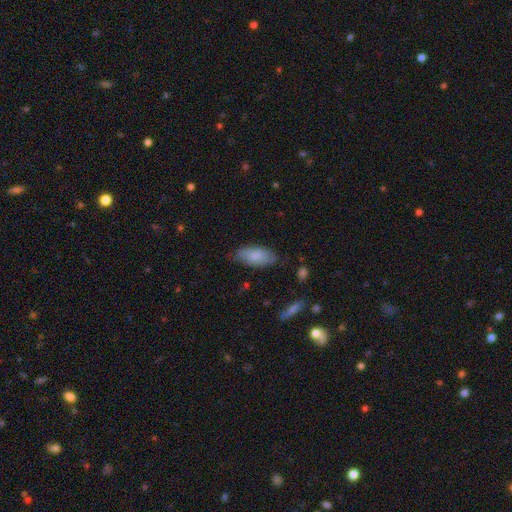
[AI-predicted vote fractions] smooth-or-featured: smooth: 81% | featured or disk: 14% | star or artifact: 6%
  how-rounded: in between: 87% | cigar-shaped: 11% | round: 2%
  merging: none: 76% | minor disturbance: 18% | major disturbance: 4% | merger: 1%